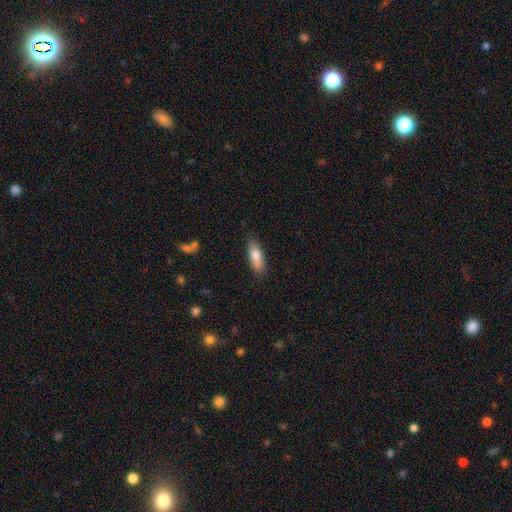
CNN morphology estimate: This appears to be a smooth galaxy with no disk features (79%) that is in between round and cigar-shaped (55%). Merging: none (83%).